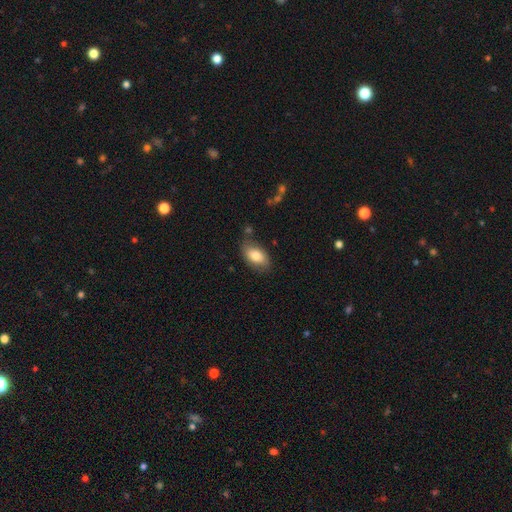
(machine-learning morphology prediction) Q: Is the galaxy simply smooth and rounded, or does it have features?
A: smooth — 80%.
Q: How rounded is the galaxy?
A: in between — 92%.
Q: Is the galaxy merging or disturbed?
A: none — 75%.